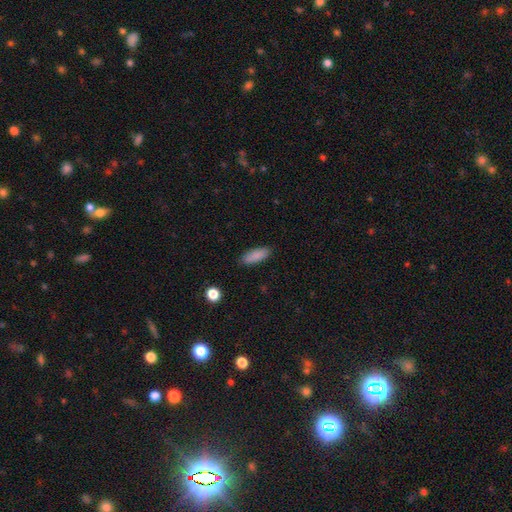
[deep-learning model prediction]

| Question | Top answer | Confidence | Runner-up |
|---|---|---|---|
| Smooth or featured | smooth | 88% | star or artifact (7%) |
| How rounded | in between | 67% | cigar-shaped (32%) |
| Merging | none | 86% | minor disturbance (10%) |